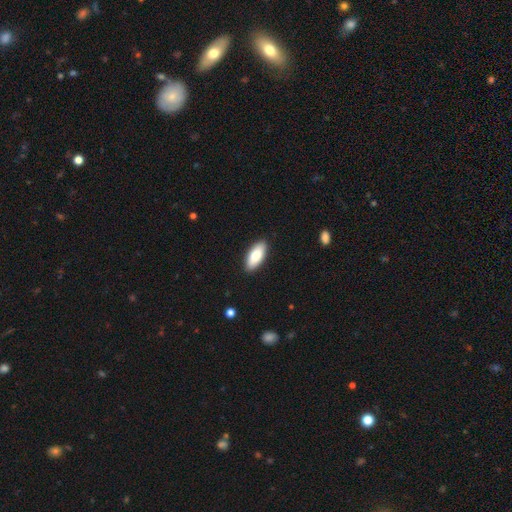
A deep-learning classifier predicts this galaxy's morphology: Smooth or featured: smooth — 77% (featured or disk — 17%)
How rounded: in between — 86% (cigar-shaped — 12%)
Merging: none — 90% (minor disturbance — 7%)